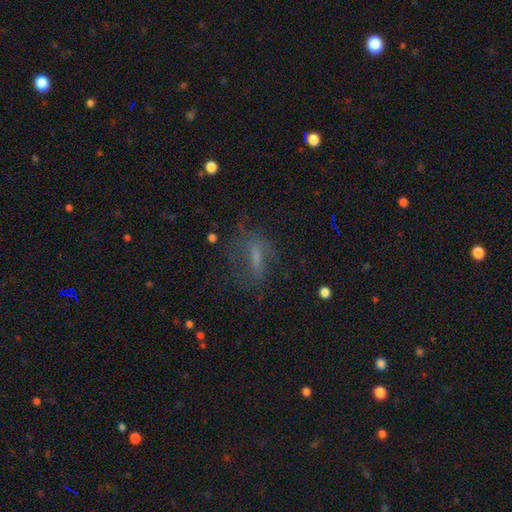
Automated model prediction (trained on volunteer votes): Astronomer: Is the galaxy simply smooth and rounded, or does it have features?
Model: smooth — 44% (runner-up: featured or disk, 36%).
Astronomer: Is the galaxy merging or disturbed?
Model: none — 56%.